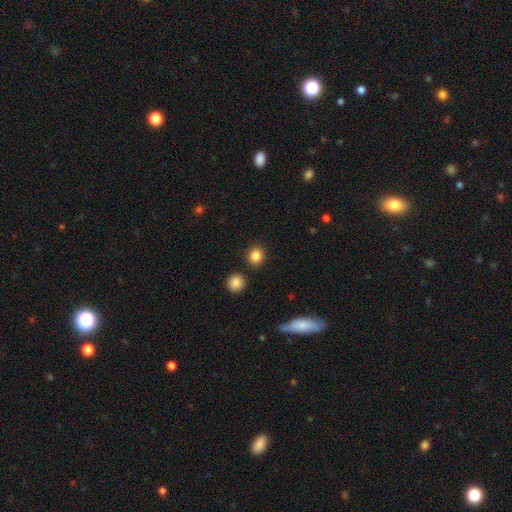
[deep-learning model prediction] smooth 85%, star or artifact 10%, featured or disk 4%. Down the decision tree: how rounded — round (86%); merging — none (88%).